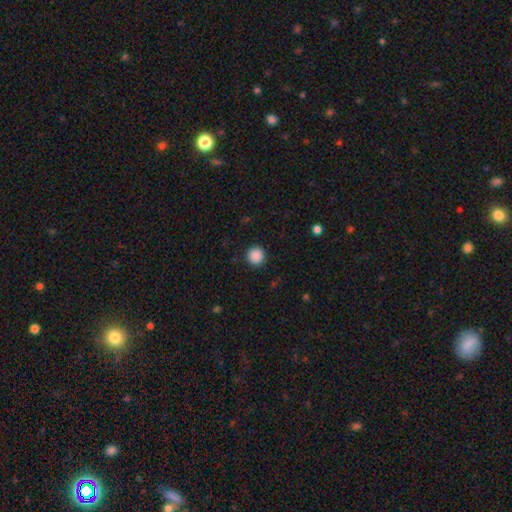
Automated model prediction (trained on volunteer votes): Smooth or featured? Predicted: smooth (p=0.88). How rounded? Predicted: round (p=0.95). Merging? Predicted: none (p=0.92).